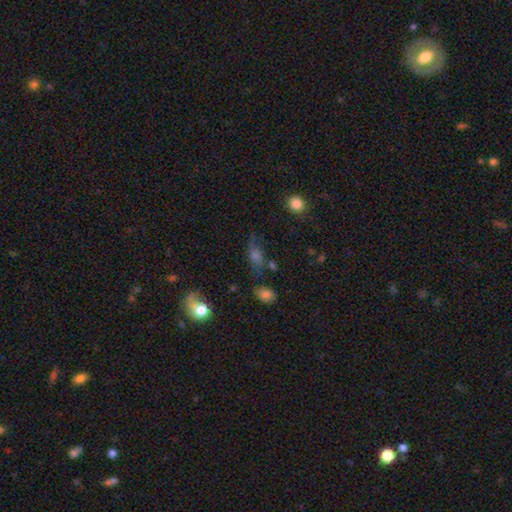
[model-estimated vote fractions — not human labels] Smooth or featured?
  - smooth: 50% *
  - featured or disk: 28%
  - star or artifact: 21%
How rounded?
  - in between: 65% *
  - round: 19%
  - cigar-shaped: 16%
Merging?
  - none: 58% *
  - minor disturbance: 21%
  - major disturbance: 14%
  - merger: 7%